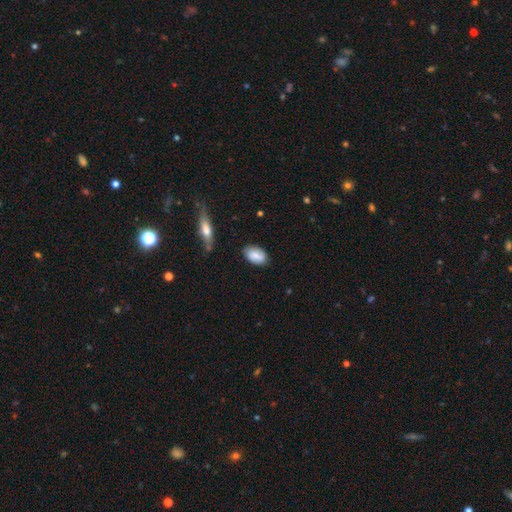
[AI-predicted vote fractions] Smooth or featured? Predicted: smooth (p=0.78). How rounded? Predicted: in between (p=0.91). Merging? Predicted: none (p=0.79).